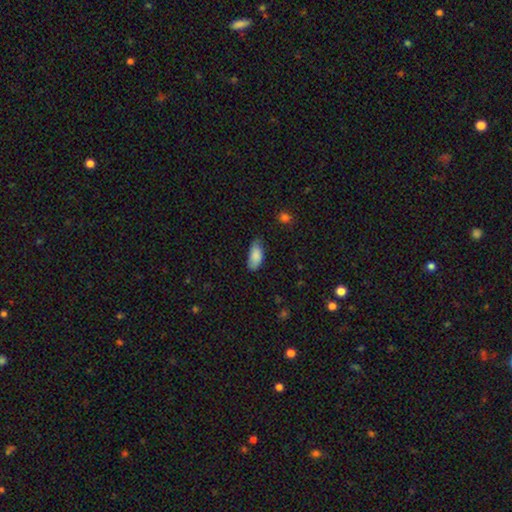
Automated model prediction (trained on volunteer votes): Smooth or featured: smooth — 86% (featured or disk — 8%)
How rounded: in between — 90% (cigar-shaped — 8%)
Merging: none — 63% (minor disturbance — 30%)